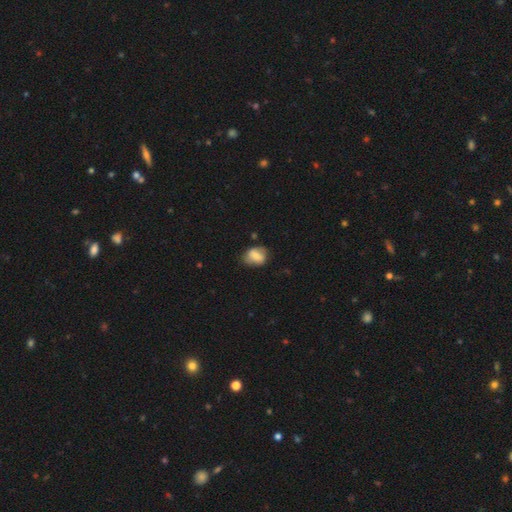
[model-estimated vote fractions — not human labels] Smooth or featured?
  - smooth: 66% *
  - featured or disk: 26%
  - star or artifact: 9%
How rounded?
  - in between: 59% *
  - round: 40%
  - cigar-shaped: 1%
Merging?
  - none: 61% *
  - minor disturbance: 28%
  - major disturbance: 8%
  - merger: 3%